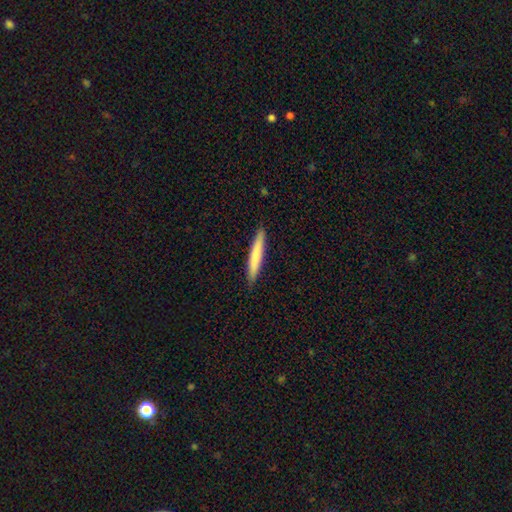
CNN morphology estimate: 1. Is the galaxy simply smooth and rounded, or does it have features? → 75% smooth, 20% featured or disk, 5% star or artifact.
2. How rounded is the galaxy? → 95% cigar-shaped, 4% in between, 1% round.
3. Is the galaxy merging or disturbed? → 90% none, 7% minor disturbance, 1% major disturbance, 1% merger.